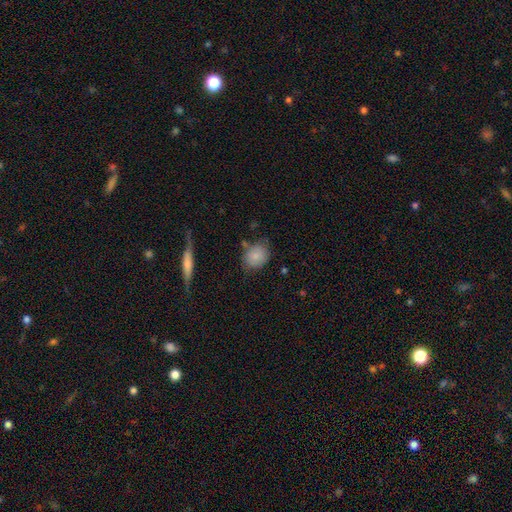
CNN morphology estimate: The model was most divided on "how rounded": round: 61%, in between: 38%, cigar-shaped: 1%. More confident: smooth or featured — smooth (83%); merging — none (70%).